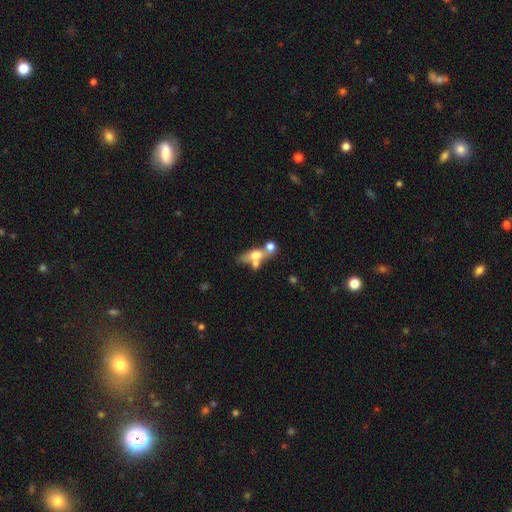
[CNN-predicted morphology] Overall: smooth (54%; featured or disk 36%). How rounded: in between (52%; round 24%). Merging: merger (48%; none 32%).